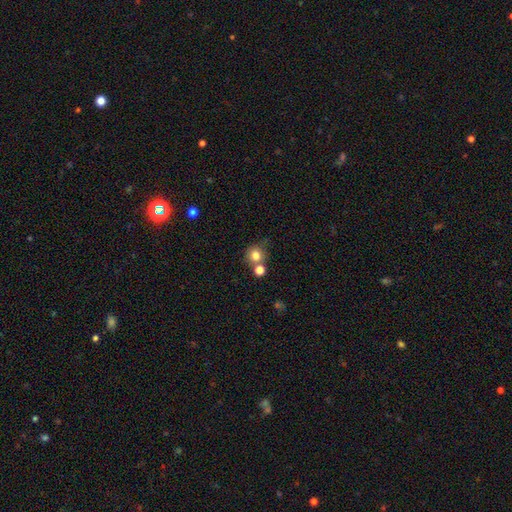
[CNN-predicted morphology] This appears to be a smooth galaxy with no disk features (78%) that is round (87%). Merging: none (58%).